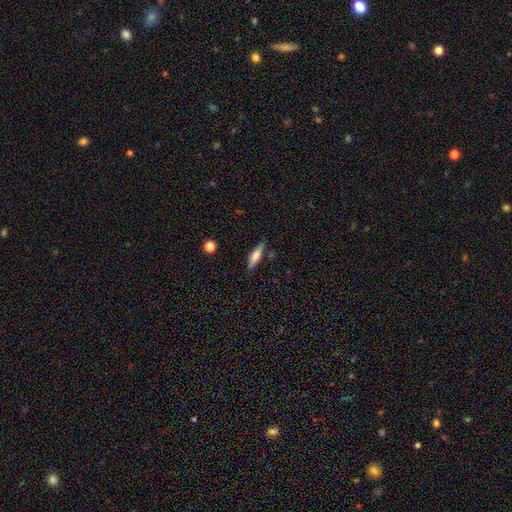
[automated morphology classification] smooth-or-featured: smooth: 62% | featured or disk: 31% | star or artifact: 7%
  how-rounded: cigar-shaped: 70% | in between: 28% | round: 2%
  merging: none: 83% | minor disturbance: 12% | major disturbance: 3% | merger: 3%